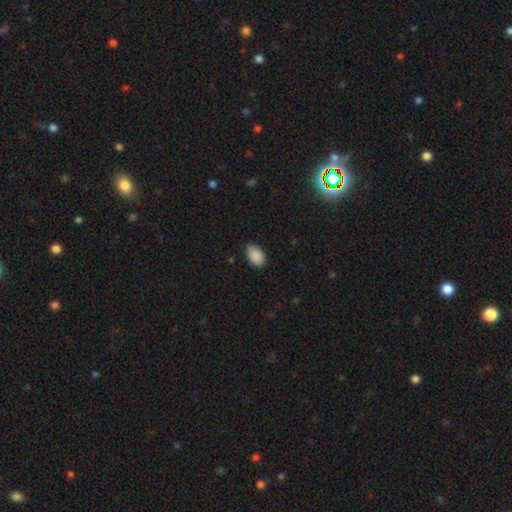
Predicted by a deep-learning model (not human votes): Smooth or featured?
  - smooth: 89% *
  - star or artifact: 7%
  - featured or disk: 4%
How rounded?
  - in between: 90% *
  - round: 9%
  - cigar-shaped: 1%
Merging?
  - none: 76% *
  - minor disturbance: 20%
  - major disturbance: 3%
  - merger: 1%